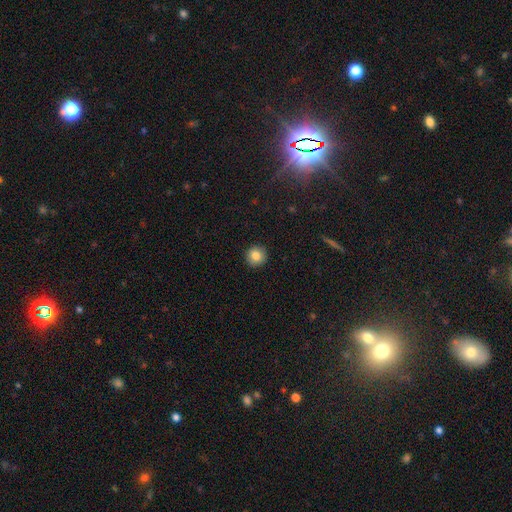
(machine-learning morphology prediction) Smooth or featured?
  - smooth: 83% *
  - star or artifact: 9%
  - featured or disk: 7%
How rounded?
  - round: 95% *
  - in between: 4%
  - cigar-shaped: 1%
Merging?
  - none: 92% *
  - minor disturbance: 5%
  - major disturbance: 2%
  - merger: 1%